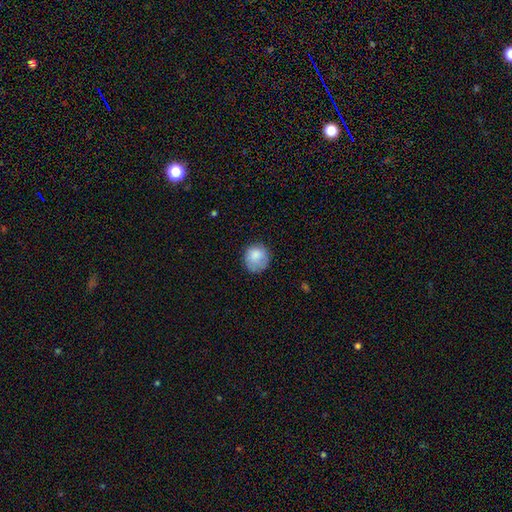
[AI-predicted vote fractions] Smooth or featured: smooth — 82% (featured or disk — 10%)
How rounded: round — 82% (in between — 17%)
Merging: none — 70% (minor disturbance — 22%)